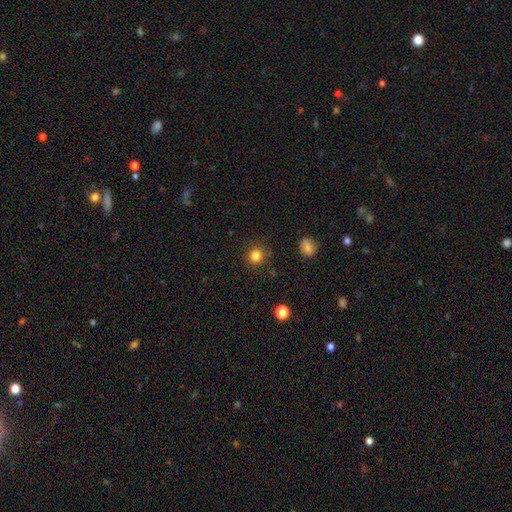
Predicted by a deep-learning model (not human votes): smooth-or-featured: smooth: 83% | star or artifact: 12% | featured or disk: 5%
  how-rounded: round: 91% | in between: 8% | cigar-shaped: 1%
  merging: none: 87% | minor disturbance: 8% | major disturbance: 3% | merger: 2%